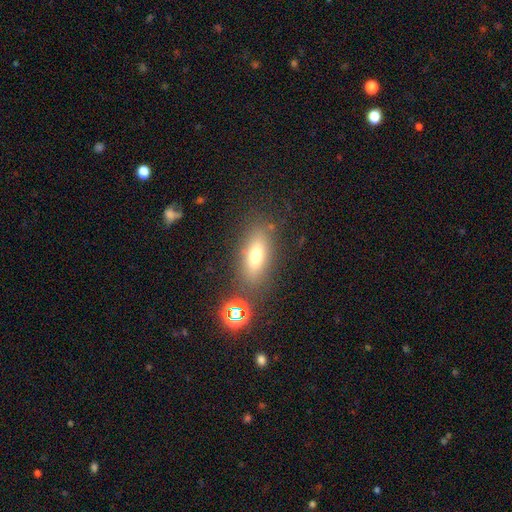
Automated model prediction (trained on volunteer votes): Q: Smooth or featured?
A: smooth (67%); runner-up: featured or disk (20%)
Q: How rounded?
A: in between (73%); runner-up: cigar-shaped (20%)
Q: Merging?
A: none (78%); runner-up: minor disturbance (12%)